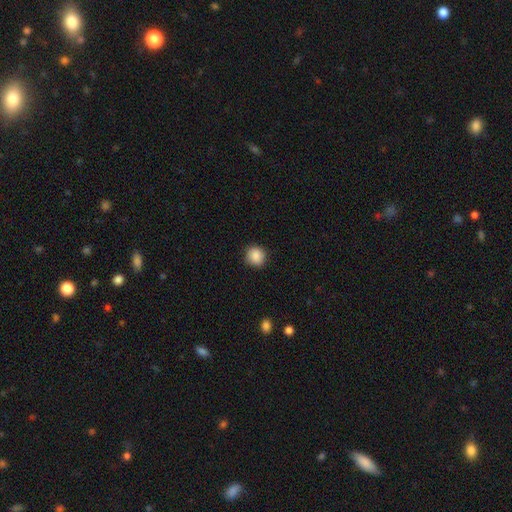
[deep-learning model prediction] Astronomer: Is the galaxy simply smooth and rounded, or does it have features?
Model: smooth — 89%.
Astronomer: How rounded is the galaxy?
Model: round — 88%.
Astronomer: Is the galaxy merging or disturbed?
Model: none — 89%.